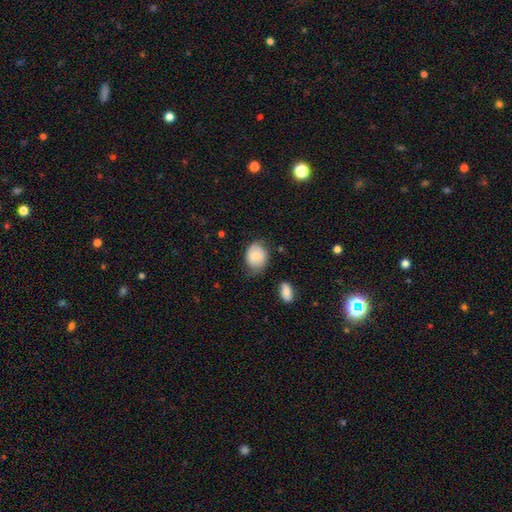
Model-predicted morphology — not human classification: smooth 78%, featured or disk 15%, star or artifact 7%. Down the decision tree: how rounded — in between (55%); merging — none (59%).